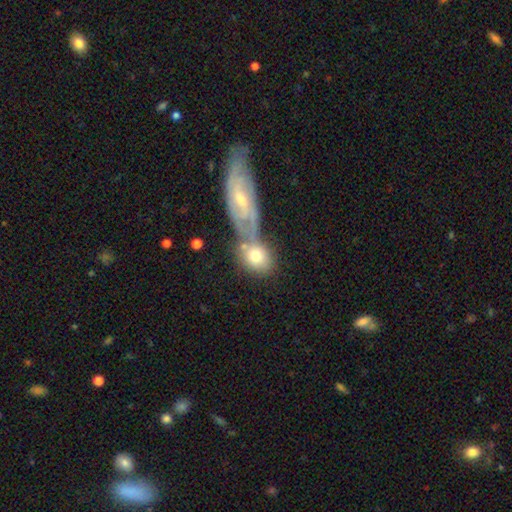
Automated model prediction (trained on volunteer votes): smooth-or-featured: smooth: 66% | featured or disk: 26% | star or artifact: 8%
  how-rounded: round: 51% | in between: 45% | cigar-shaped: 4%
  merging: merger: 46% | none: 35% | minor disturbance: 12% | major disturbance: 8%